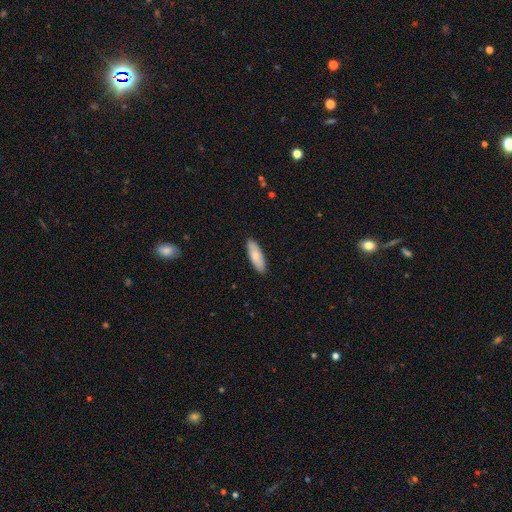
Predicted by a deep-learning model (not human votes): Smooth or featured?
  - smooth: 81% *
  - featured or disk: 14%
  - star or artifact: 5%
How rounded?
  - in between: 58% *
  - cigar-shaped: 41%
  - round: 2%
Merging?
  - none: 90% *
  - minor disturbance: 8%
  - major disturbance: 1%
  - merger: 1%